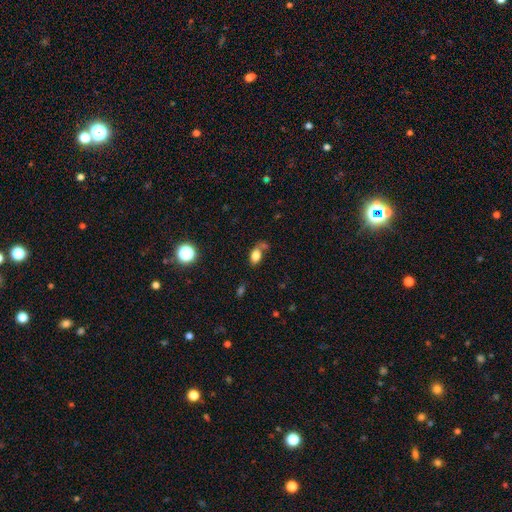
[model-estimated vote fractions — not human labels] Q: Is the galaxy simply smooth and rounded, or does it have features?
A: smooth — 80%.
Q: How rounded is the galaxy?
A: in between — 83%.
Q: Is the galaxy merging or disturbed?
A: none — 49%.